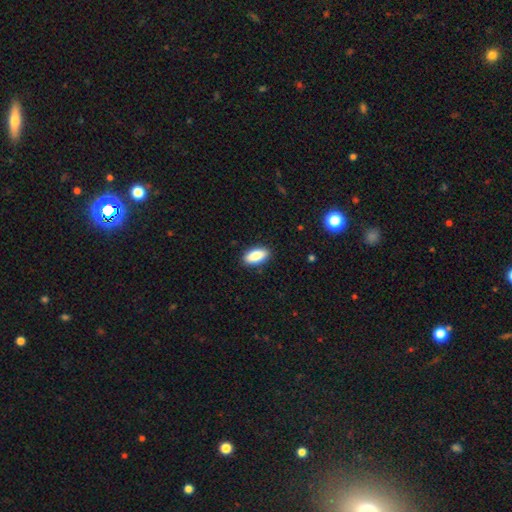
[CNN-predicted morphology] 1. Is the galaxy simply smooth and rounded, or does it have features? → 87% smooth, 6% star or artifact, 6% featured or disk.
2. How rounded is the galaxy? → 88% in between, 9% cigar-shaped, 3% round.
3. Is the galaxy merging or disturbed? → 89% none, 8% minor disturbance, 2% major disturbance, 1% merger.